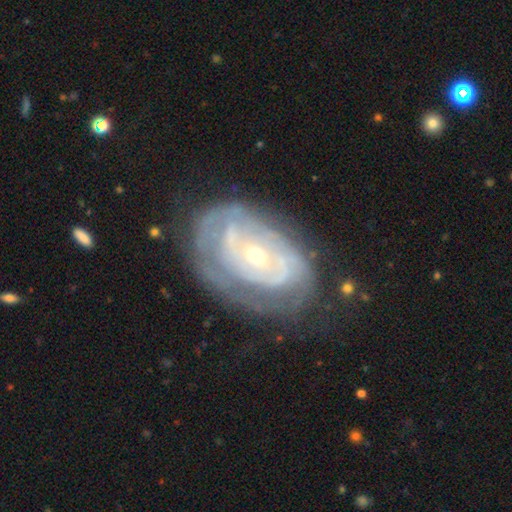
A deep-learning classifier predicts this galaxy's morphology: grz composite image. It shows a featured or disk galaxy (80%) with no bar (74%), tight (72%) spiral arms (76%) and a small central bulge (67%). Merging: none (57%).